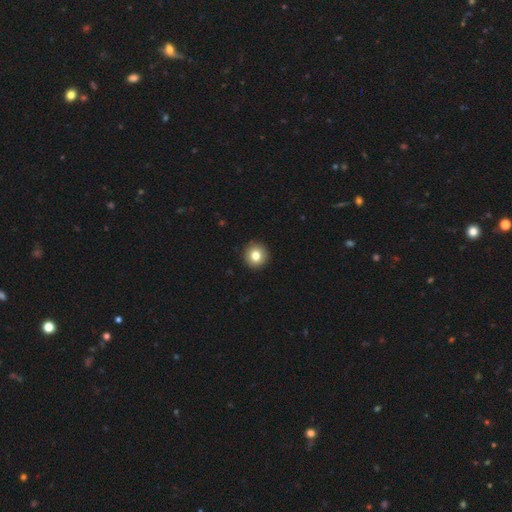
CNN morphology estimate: type=smooth (80%); roundness=round (95%); merging=none (93%).